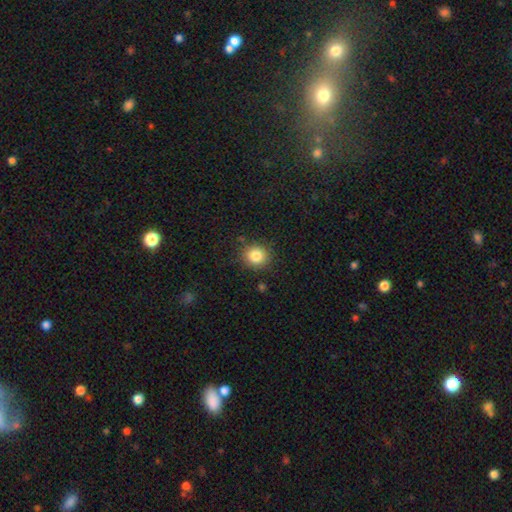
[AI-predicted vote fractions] Smooth or featured: smooth — 84% (star or artifact — 11%)
How rounded: round — 86% (in between — 14%)
Merging: none — 86% (minor disturbance — 9%)